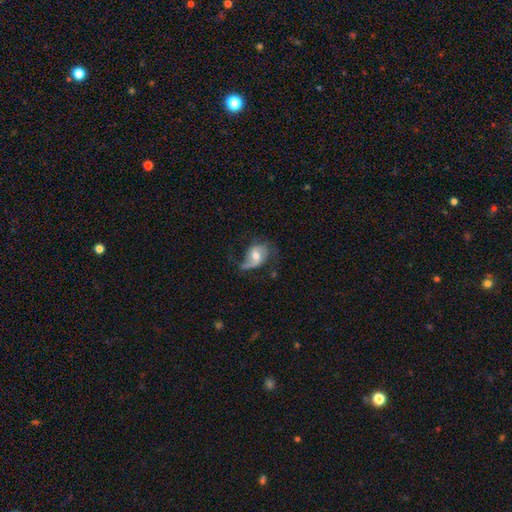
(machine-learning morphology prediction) smooth-or-featured: featured or disk: 65% | smooth: 28% | star or artifact: 7%
  disk-edge-on: no: 96% | yes: 4%
    bar: no: 50% | weak: 37% | strong: 13%
    has-spiral-arms: yes: 86% | no: 14%
      spiral-winding: loose: 60% | medium: 30% | tight: 10%
      spiral-arm-count: 2: 58% | 1: 33% | can't tell: 6% | 3: 1% | 4: 1% | more than 4: 1%
    bulge-size: moderate: 68% | small: 24% | large: 6% | none: 1% | dominant: 1%
  merging: none: 44% | minor disturbance: 30% | major disturbance: 24% | merger: 2%